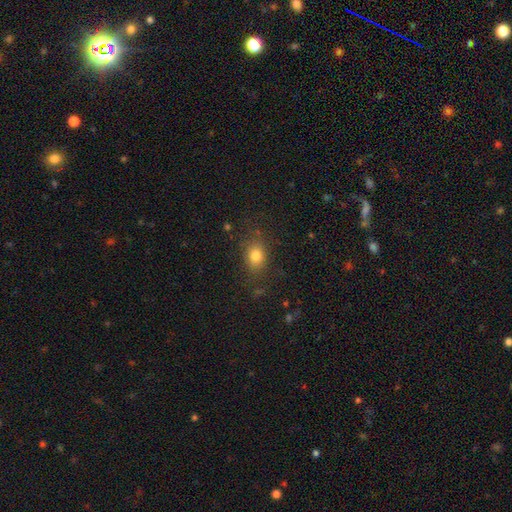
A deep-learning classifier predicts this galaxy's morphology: Smooth or featured?
  - smooth: 79% *
  - star or artifact: 12%
  - featured or disk: 9%
How rounded?
  - in between: 64% *
  - round: 35%
  - cigar-shaped: 2%
Merging?
  - none: 79% *
  - minor disturbance: 14%
  - major disturbance: 5%
  - merger: 2%